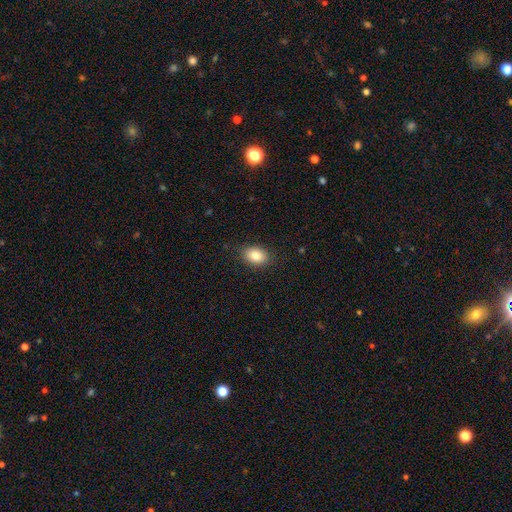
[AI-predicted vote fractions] A smooth galaxy with no disk features (83%) that is in between round and cigar-shaped (83%). Merging: none (87%).